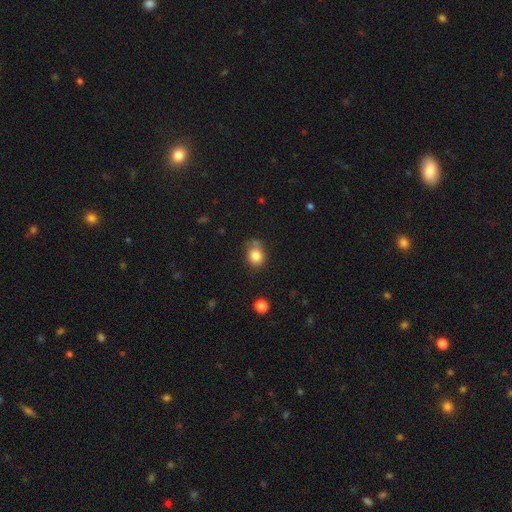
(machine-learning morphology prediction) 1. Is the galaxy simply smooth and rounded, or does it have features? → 82% smooth, 10% star or artifact, 7% featured or disk.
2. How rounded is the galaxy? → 63% round, 37% in between, 1% cigar-shaped.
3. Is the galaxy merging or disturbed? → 62% none, 26% minor disturbance, 7% major disturbance, 6% merger.